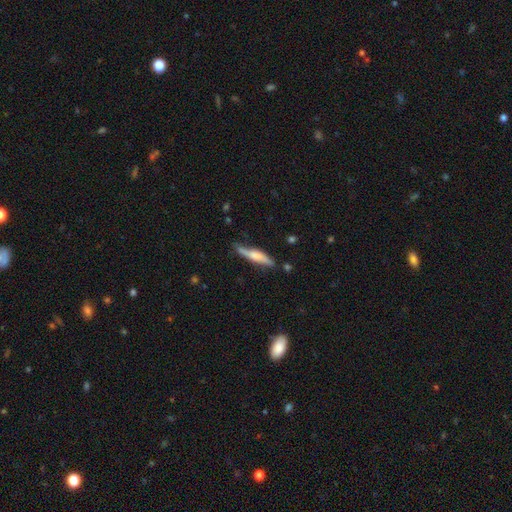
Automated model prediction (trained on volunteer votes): Smooth or featured? smooth (50%)
How rounded? cigar-shaped (85%)
Merging? none (69%)